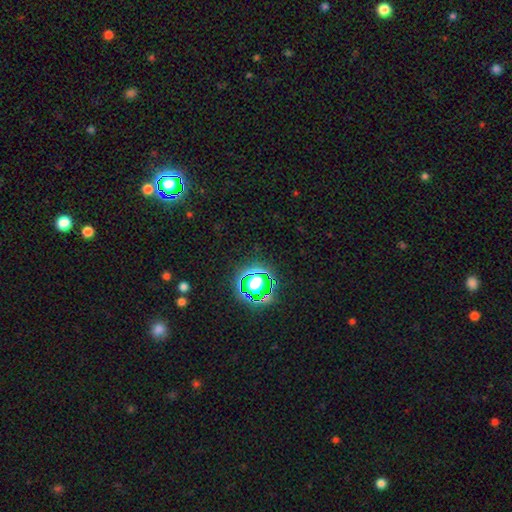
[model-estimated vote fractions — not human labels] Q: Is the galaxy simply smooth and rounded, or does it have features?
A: star or artifact — 72%.